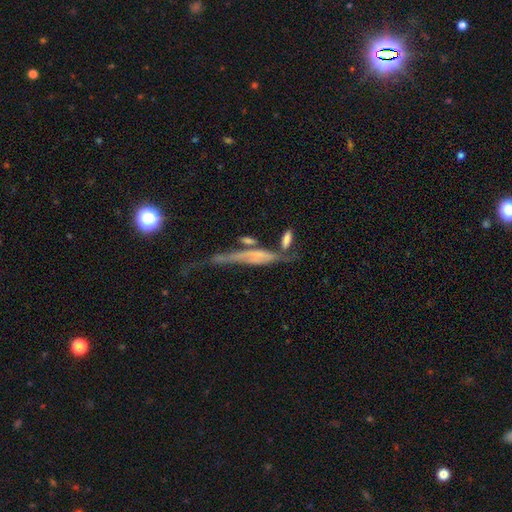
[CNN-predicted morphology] Smooth or featured? featured or disk (58%)
Edge-on disk? yes (77%)
Merging? none (33%)